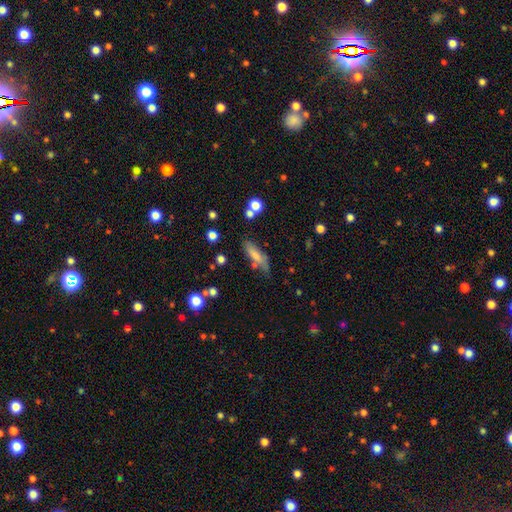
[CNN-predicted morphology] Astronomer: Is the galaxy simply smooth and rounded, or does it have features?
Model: smooth — 72%.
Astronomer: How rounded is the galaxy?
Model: in between — 51% (runner-up: cigar-shaped, 47%).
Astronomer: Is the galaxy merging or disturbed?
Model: none — 58%.